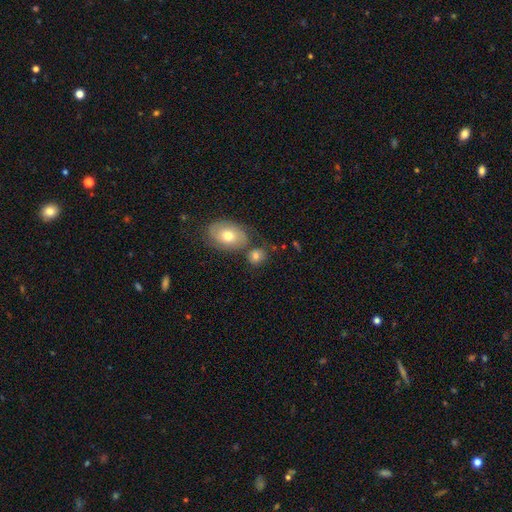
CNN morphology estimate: smooth_or_featured: smooth (p=0.73) [alt: featured or disk p=0.17]
how_rounded: round (p=0.56) [alt: in between p=0.42]
merging: none (p=0.57) [alt: merger p=0.23]